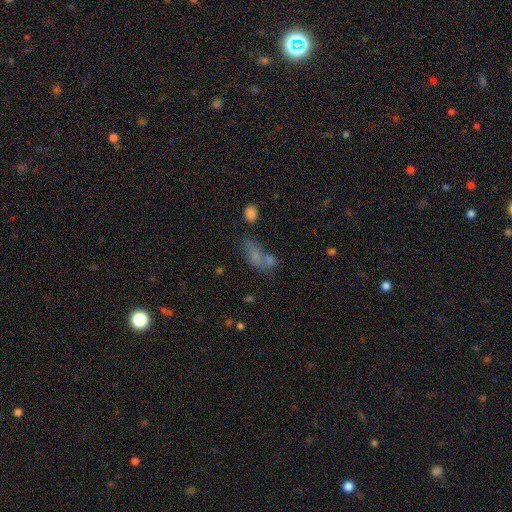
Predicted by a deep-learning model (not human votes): Smooth or featured? smooth (59%)
How rounded? in between (73%)
Merging? merger (40%)